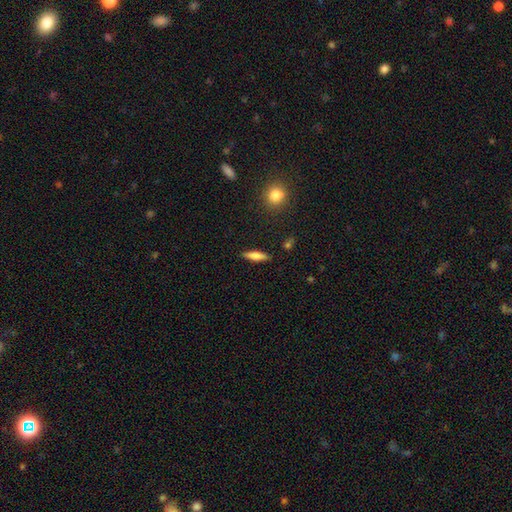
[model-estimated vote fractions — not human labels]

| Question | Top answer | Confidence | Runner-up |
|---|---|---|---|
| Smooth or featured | smooth | 70% | featured or disk (23%) |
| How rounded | cigar-shaped | 65% | in between (32%) |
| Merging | none | 88% | minor disturbance (8%) |